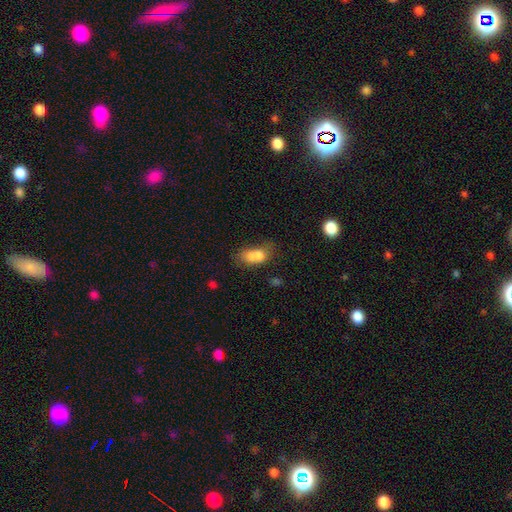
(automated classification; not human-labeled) This appears to be a smooth galaxy with no disk features (70%) that is in between round and cigar-shaped (69%). Merging: merger (58%).